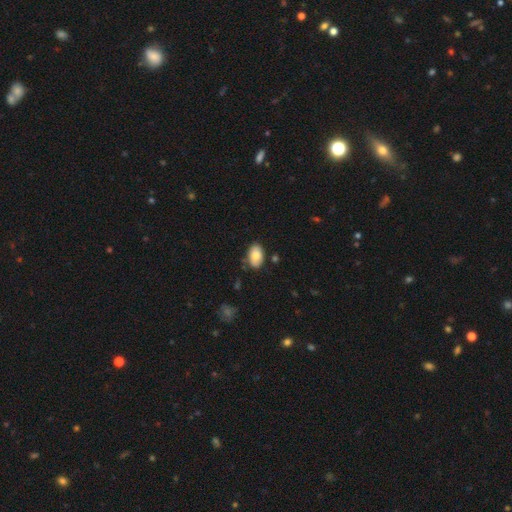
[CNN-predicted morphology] This is clearly a smooth galaxy (81%). How rounded: clearly in between (91%). Merging: likely none (74%).